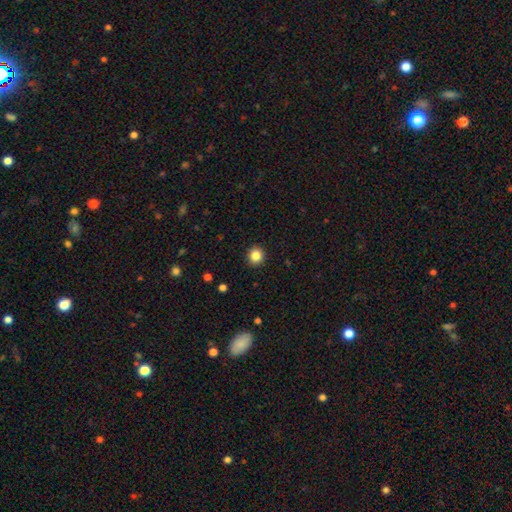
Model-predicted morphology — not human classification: smooth 85%, star or artifact 10%, featured or disk 5%. Down the decision tree: how rounded — round (89%); merging — none (92%).